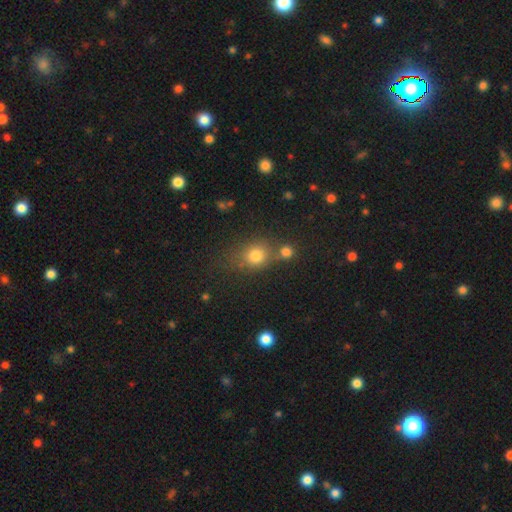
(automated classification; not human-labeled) This appears to be a smooth galaxy with no disk features (76%) that is round (71%). Merging: none (52%).